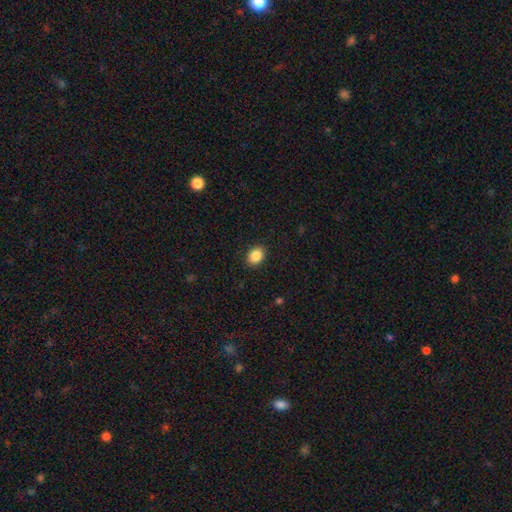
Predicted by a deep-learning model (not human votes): smooth 87%, star or artifact 9%, featured or disk 4%. Down the decision tree: how rounded — in between (59%); merging — none (90%).